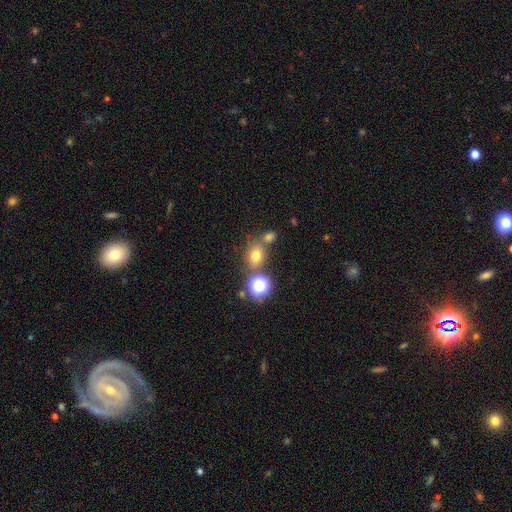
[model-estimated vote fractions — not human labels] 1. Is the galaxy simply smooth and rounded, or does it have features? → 69% smooth, 21% star or artifact, 10% featured or disk.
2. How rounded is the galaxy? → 50% in between, 48% round, 1% cigar-shaped.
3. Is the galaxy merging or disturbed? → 64% none, 19% merger, 12% minor disturbance, 5% major disturbance.